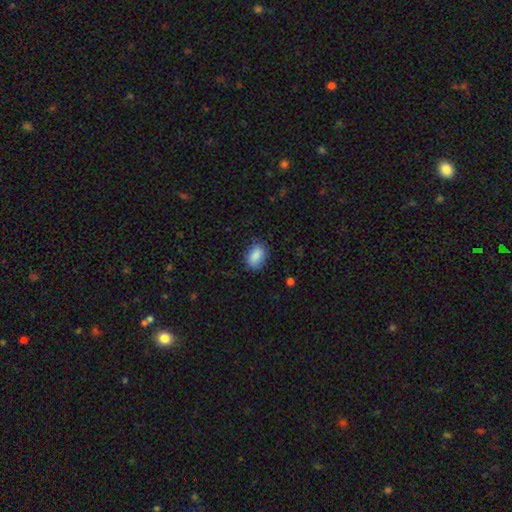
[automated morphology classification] type=smooth (87%); roundness=in between (84%); merging=none (78%).